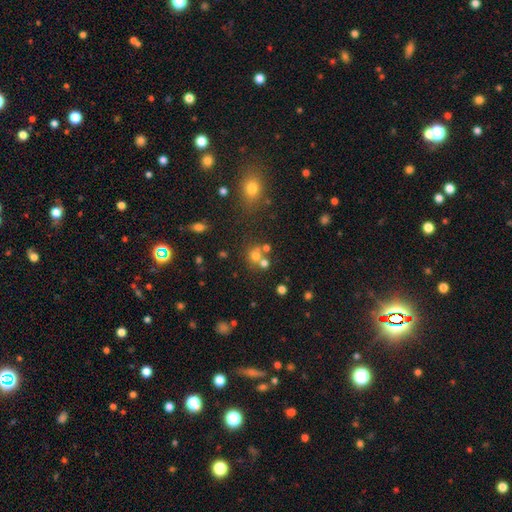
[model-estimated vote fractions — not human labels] This is likely a smooth galaxy (66%). How rounded: clearly round (84%). Merging: possibly none (55%).